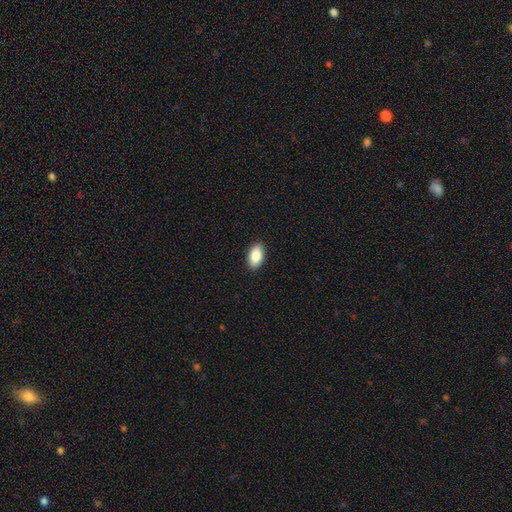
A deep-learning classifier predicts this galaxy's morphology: A smooth galaxy with no disk features (87%) that is in between round and cigar-shaped (93%). Merging: none (90%).